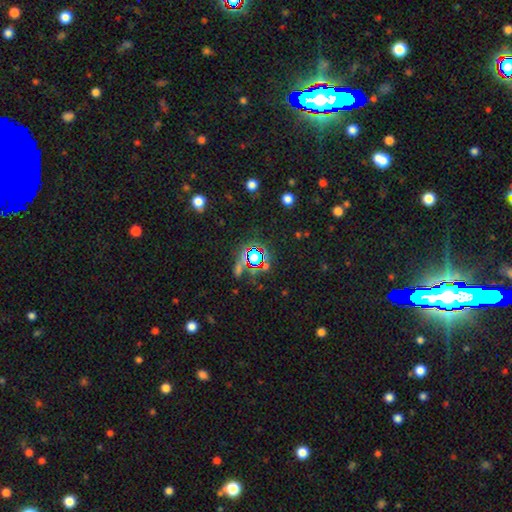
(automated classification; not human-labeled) Morphology: type=star or artifact (69%).